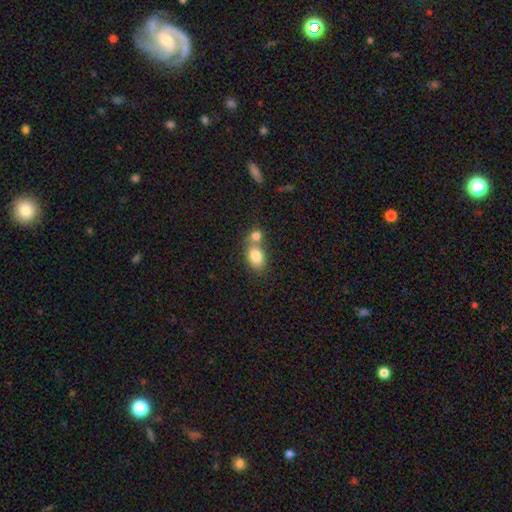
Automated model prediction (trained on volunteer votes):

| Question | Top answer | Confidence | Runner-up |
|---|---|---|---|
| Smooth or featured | smooth | 81% | featured or disk (11%) |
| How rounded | in between | 77% | round (22%) |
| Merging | merger | 51% | none (37%) |